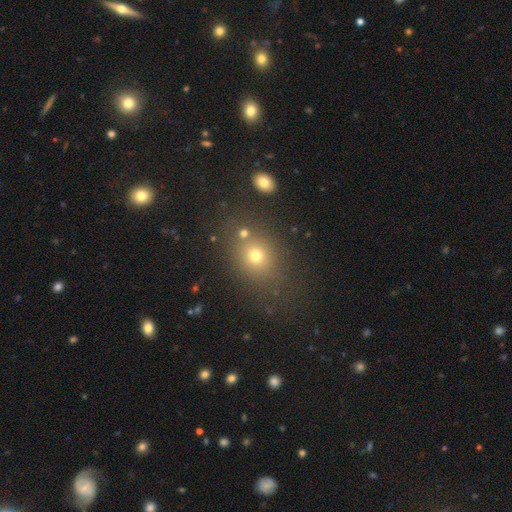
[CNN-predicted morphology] Smooth or featured? Predicted: smooth (p=0.67). How rounded? Predicted: round (p=0.55). Merging? Predicted: none (p=0.74).